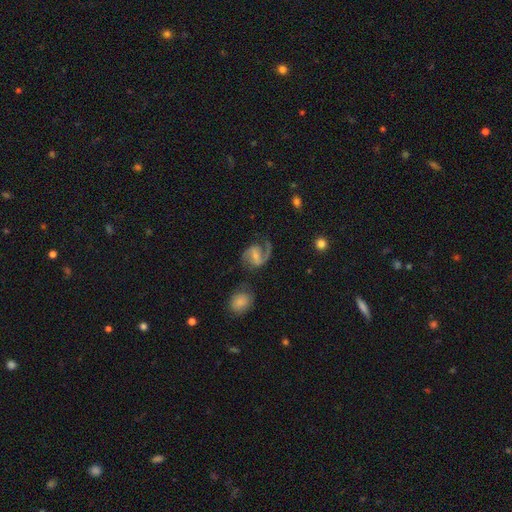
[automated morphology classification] A featured or disk galaxy (84%) with a weak bar (44%), 2 (82%) medium (55%) spiral arms (96%) and a small central bulge (56%). Merging: none (63%).